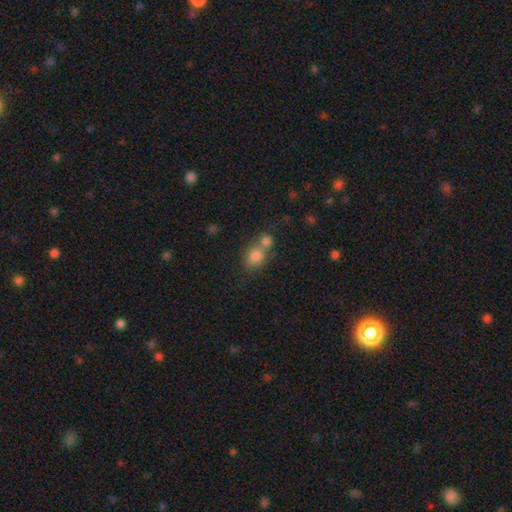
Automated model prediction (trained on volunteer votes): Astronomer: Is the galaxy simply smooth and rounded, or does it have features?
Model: smooth — 80%.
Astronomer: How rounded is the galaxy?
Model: round — 61% (runner-up: in between, 38%).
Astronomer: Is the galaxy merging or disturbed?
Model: merger — 52% (runner-up: none, 36%).